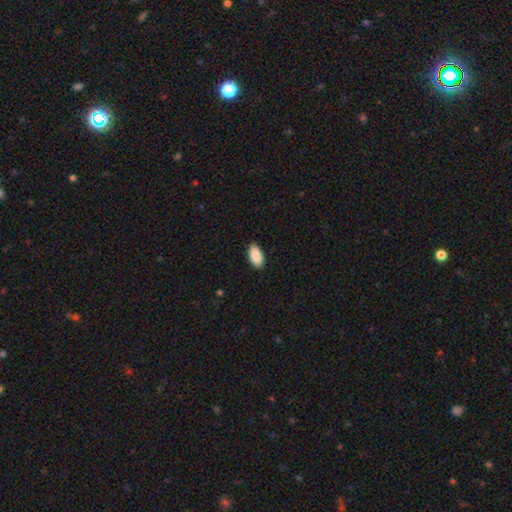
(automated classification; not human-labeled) Smooth or featured?
  - smooth: 91% *
  - star or artifact: 6%
  - featured or disk: 3%
How rounded?
  - in between: 95% *
  - cigar-shaped: 3%
  - round: 2%
Merging?
  - none: 90% *
  - minor disturbance: 8%
  - major disturbance: 2%
  - merger: 1%